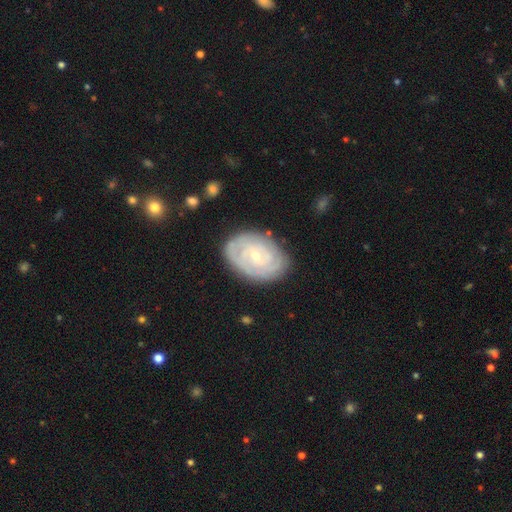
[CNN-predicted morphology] Overall: featured or disk (80%). Edge-on disk: no (97%). Bar: no (46%; weak 43%). Spiral arms: yes (92%). Spiral arm count: can't tell (36%; 2 34%). Spiral winding: tight (78%). Bulge size: small (73%). Merging: none (80%).